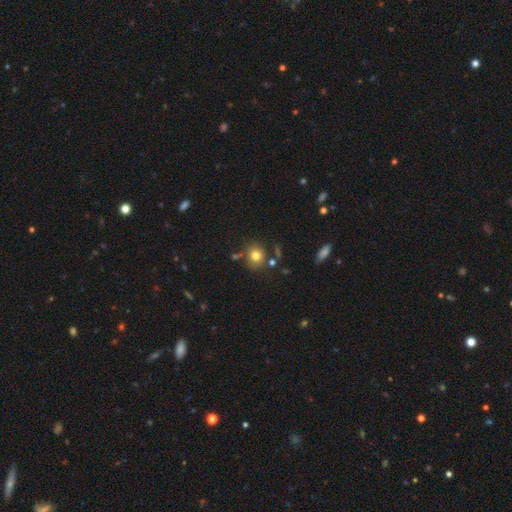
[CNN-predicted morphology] smooth_or_featured: smooth (p=0.78) [alt: star or artifact p=0.12]
how_rounded: round (p=0.79) [alt: in between p=0.20]
merging: none (p=0.77) [alt: minor disturbance p=0.11]